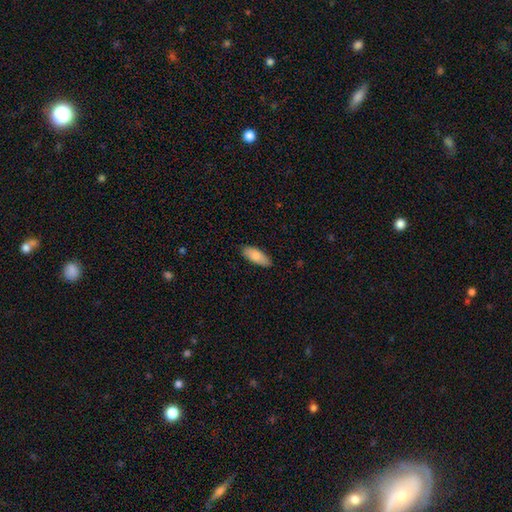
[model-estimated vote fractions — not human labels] The model was most divided on "how rounded": in between: 80%, cigar-shaped: 19%, round: 2%. More confident: merging — none (86%); smooth or featured — smooth (85%).